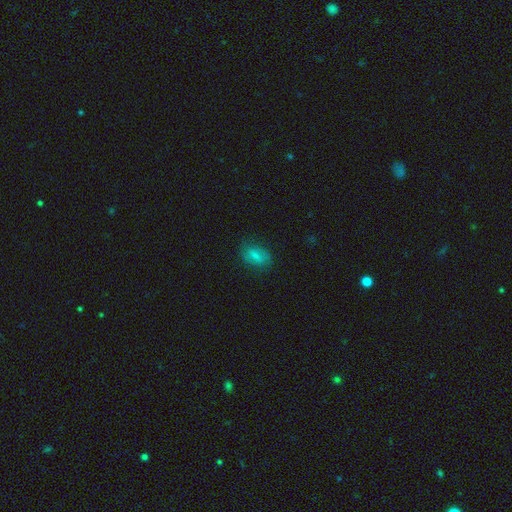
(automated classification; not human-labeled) Smooth or featured? Predicted: smooth (p=0.67). How rounded? Predicted: in between (p=0.83). Merging? Predicted: none (p=0.75).